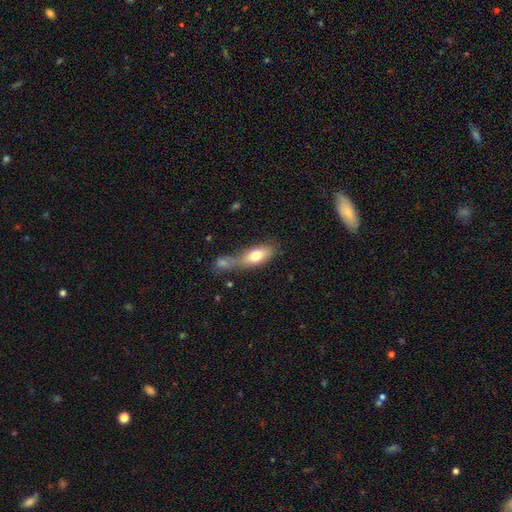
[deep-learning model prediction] A smooth galaxy with no disk features (73%) that is in between round and cigar-shaped (83%).

Vote fractions:
- Smooth or featured? smooth: 73% / featured or disk: 20% / star or artifact: 7%
- How rounded? in between: 83% / cigar-shaped: 12% / round: 5%
- Merging? merger: 42% / none: 32% / minor disturbance: 16% / major disturbance: 10%